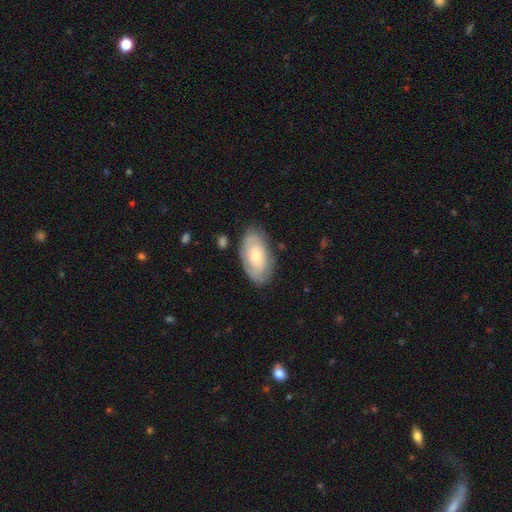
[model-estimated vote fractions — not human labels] A featured or disk galaxy (48%).

Vote fractions:
- Smooth or featured? featured or disk: 48% / smooth: 45% / star or artifact: 7%
- Merging? none: 78% / minor disturbance: 16% / major disturbance: 4% / merger: 2%